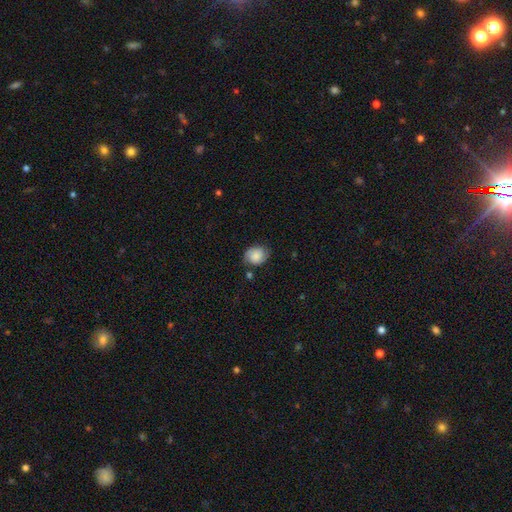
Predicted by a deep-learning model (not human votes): Smooth or featured? Predicted: smooth (p=0.61). How rounded? Predicted: in between (p=0.50). Merging? Predicted: none (p=0.68).